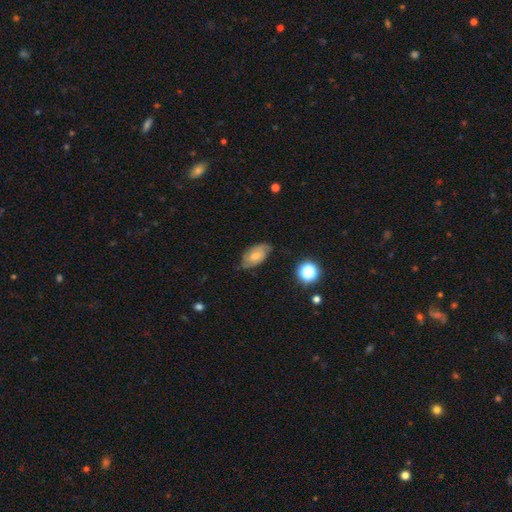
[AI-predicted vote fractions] The model was most divided on "smooth or featured": smooth: 46%, featured or disk: 44%, star or artifact: 10%. More confident: merging — none (67%).